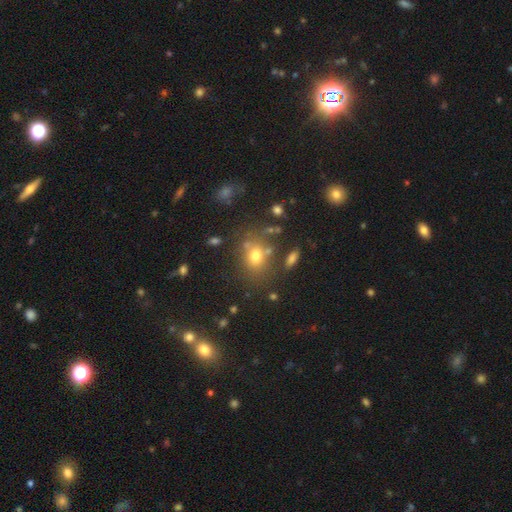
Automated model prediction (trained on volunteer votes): Morphology: type=smooth (70%); roundness=round (52%); merging=none (67%).